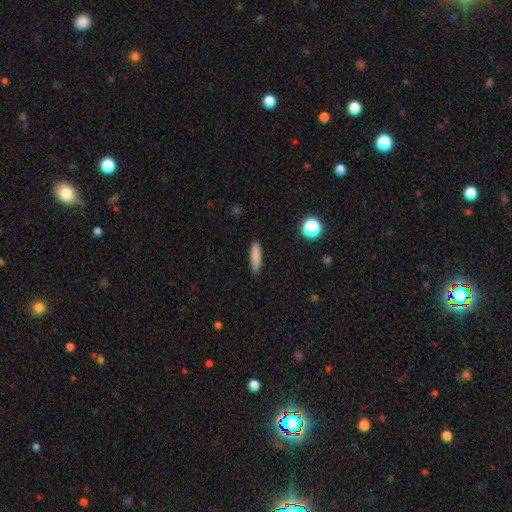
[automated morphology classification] Q: Smooth or featured?
A: smooth (83%); runner-up: star or artifact (9%)
Q: How rounded?
A: cigar-shaped (74%); runner-up: in between (23%)
Q: Merging?
A: none (84%); runner-up: minor disturbance (12%)